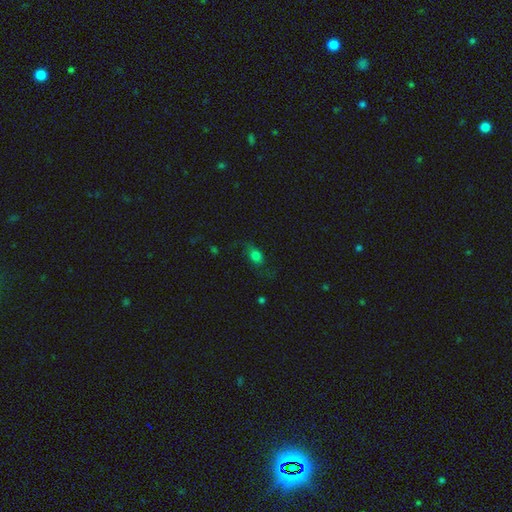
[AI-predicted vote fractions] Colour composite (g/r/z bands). It shows a smooth galaxy with no disk features (72%) that is in between round and cigar-shaped (67%). Merging: none (61%).